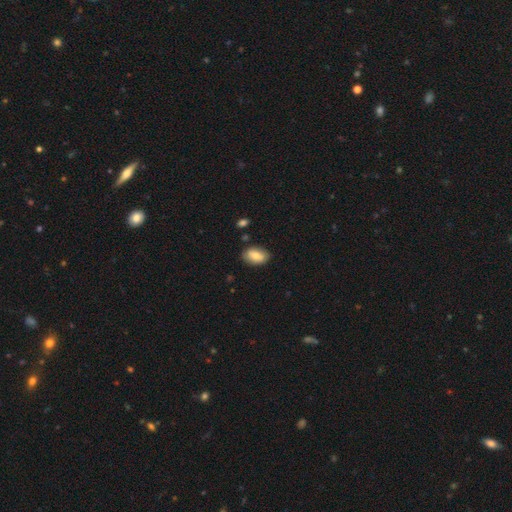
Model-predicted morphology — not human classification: Q: Smooth or featured?
A: smooth (78%); runner-up: featured or disk (15%)
Q: How rounded?
A: in between (89%); runner-up: round (9%)
Q: Merging?
A: none (81%); runner-up: minor disturbance (14%)